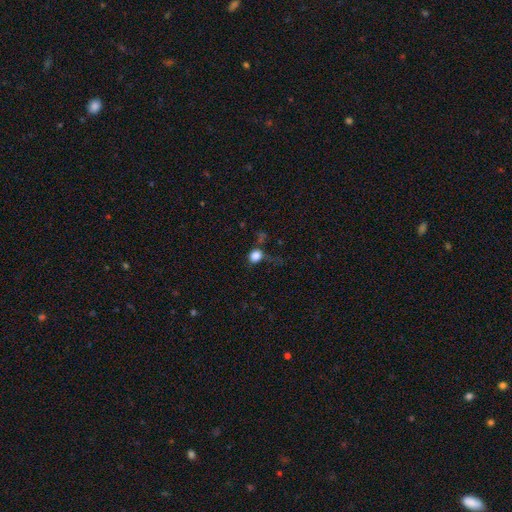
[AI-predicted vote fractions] smooth_or_featured: smooth (p=0.80) [alt: star or artifact p=0.13]
how_rounded: round (p=0.74) [alt: in between p=0.25]
merging: none (p=0.46) [alt: major disturbance p=0.25]